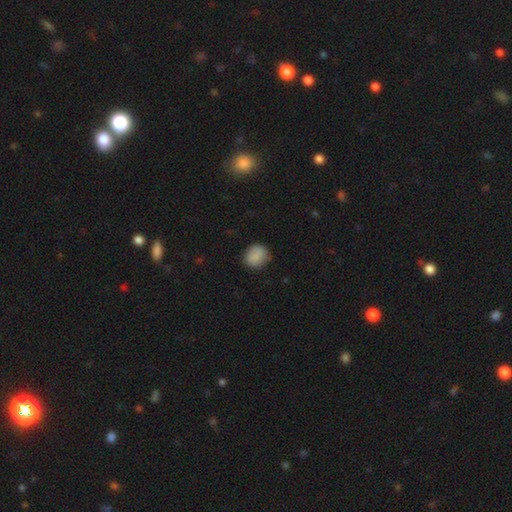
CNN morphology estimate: A smooth galaxy with no disk features (87%) that is round (73%).

Vote fractions:
- Smooth or featured? smooth: 87% / star or artifact: 8% / featured or disk: 5%
- How rounded? round: 73% / in between: 26% / cigar-shaped: 1%
- Merging? none: 80% / minor disturbance: 15% / major disturbance: 3% / merger: 1%